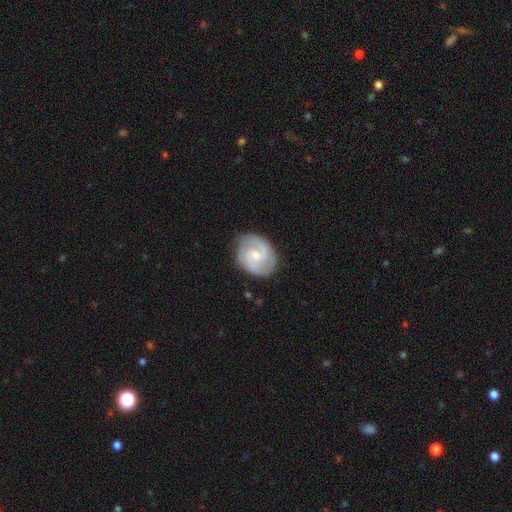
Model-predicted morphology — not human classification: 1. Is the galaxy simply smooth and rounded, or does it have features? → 80% featured or disk, 15% smooth, 5% star or artifact.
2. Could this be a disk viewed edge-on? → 98% no, 2% yes.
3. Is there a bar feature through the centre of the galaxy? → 50% no, 44% weak, 6% strong.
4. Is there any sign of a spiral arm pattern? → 96% yes, 4% no.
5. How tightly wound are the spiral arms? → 45% tight (tied), 45% medium (tied), 10% loose.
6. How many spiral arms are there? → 75% 2, 10% 3, 9% can't tell, 2% 1, 2% 4, 2% more than 4.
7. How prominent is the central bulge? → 51% small, 42% moderate, 3% none, 2% large, 1% dominant.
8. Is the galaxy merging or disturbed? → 81% none, 14% minor disturbance, 4% major disturbance, 1% merger.